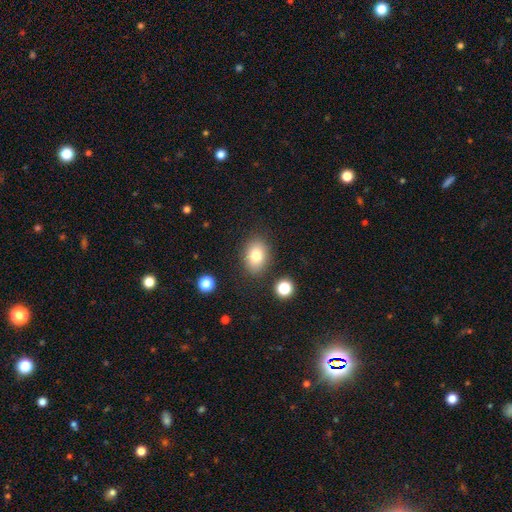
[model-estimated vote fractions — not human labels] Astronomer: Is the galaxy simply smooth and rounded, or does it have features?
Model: smooth — 79%.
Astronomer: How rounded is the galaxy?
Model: in between — 76%.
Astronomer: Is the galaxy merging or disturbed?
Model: none — 84%.